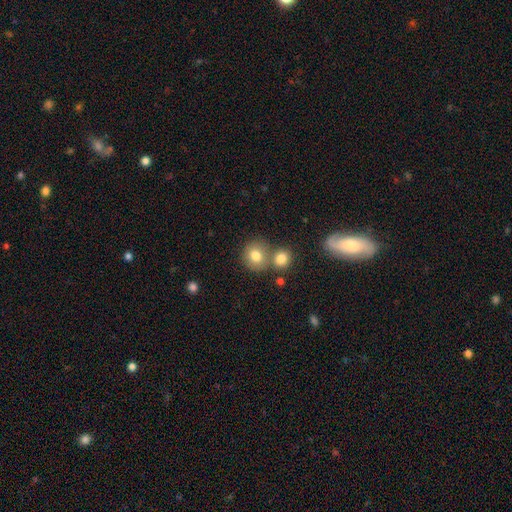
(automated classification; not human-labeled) The model was most divided on "merging": none: 59%, merger: 29%, minor disturbance: 9%, major disturbance: 3%. More confident: how rounded — round (84%); smooth or featured — smooth (79%).